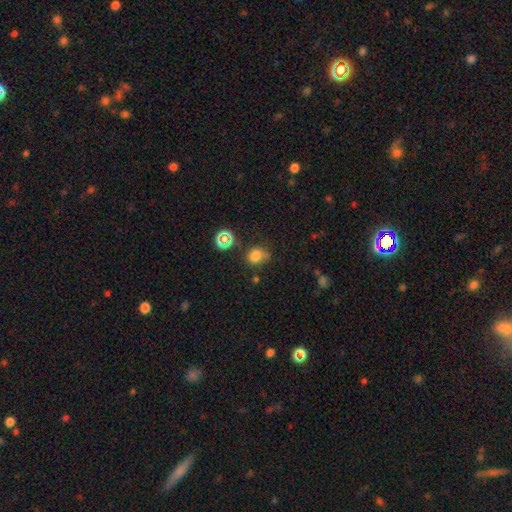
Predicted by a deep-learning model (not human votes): A smooth galaxy with no disk features (74%) that is round (69%).

Vote fractions:
- Smooth or featured? smooth: 74% / star or artifact: 18% / featured or disk: 8%
- How rounded? round: 69% / in between: 30% / cigar-shaped: 1%
- Merging? none: 64% / minor disturbance: 22% / major disturbance: 7% / merger: 6%